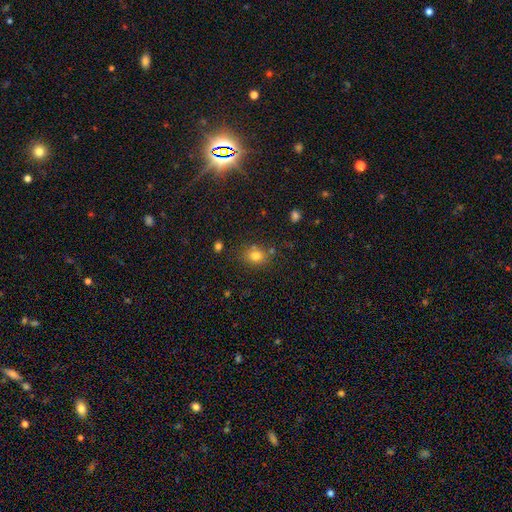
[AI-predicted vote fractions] This appears to be a smooth galaxy with no disk features (77%) that is round (55%). Merging: none (72%).